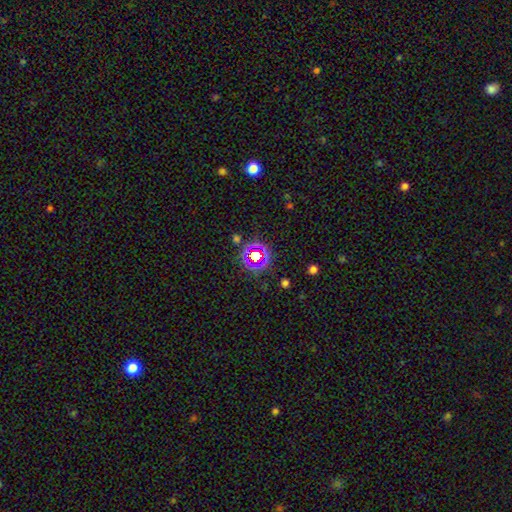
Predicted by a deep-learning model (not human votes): Q: Smooth or featured?
A: star or artifact (59%); runner-up: smooth (30%)